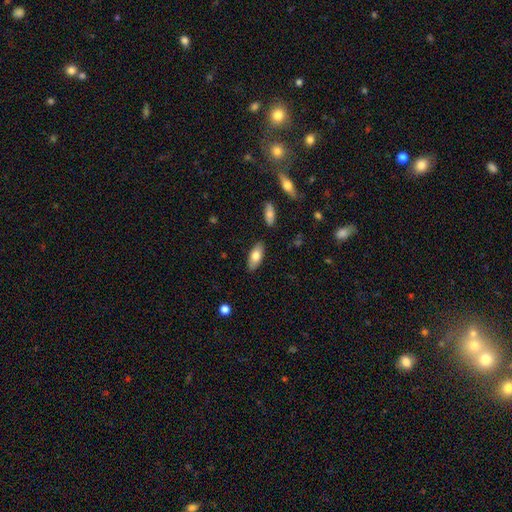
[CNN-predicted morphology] Overall: smooth (77%). How rounded: in between (86%). Merging: none (86%).